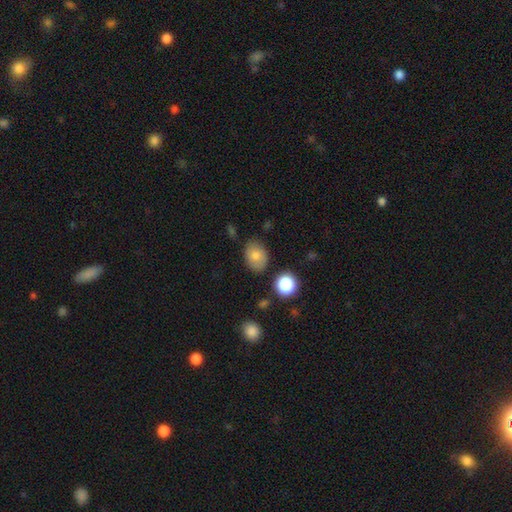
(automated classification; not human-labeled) Morphology: type=smooth (76%); roundness=in between (65%); merging=none (77%).